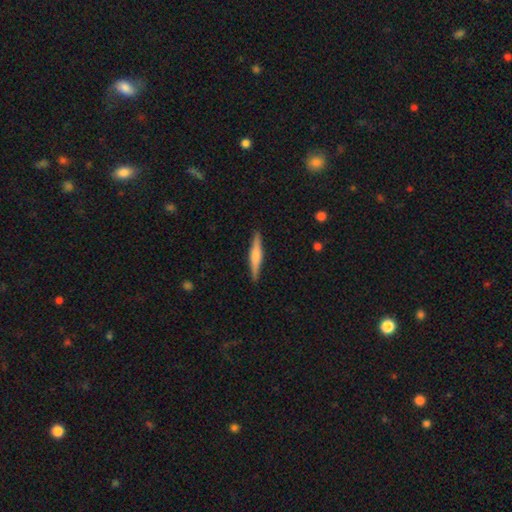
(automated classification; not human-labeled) The model was most divided on "smooth or featured": featured or disk: 50%, smooth: 44%, star or artifact: 6%. More confident: edge-on disk — yes (97%); merging — none (90%).